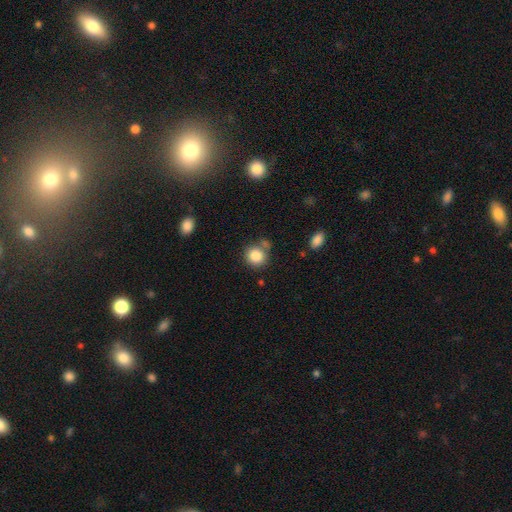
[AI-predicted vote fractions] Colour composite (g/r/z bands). It shows a smooth galaxy with no disk features (85%) that is round (88%). Merging: none (67%).